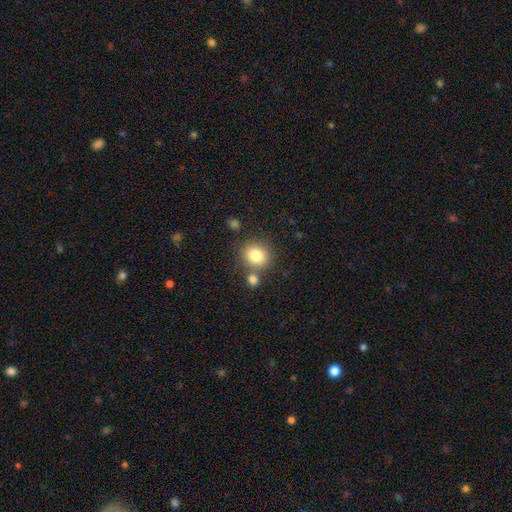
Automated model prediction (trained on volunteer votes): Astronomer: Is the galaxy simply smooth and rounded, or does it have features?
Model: smooth — 82%.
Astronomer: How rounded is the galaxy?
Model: round — 76%.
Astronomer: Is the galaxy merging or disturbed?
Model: none — 68%.